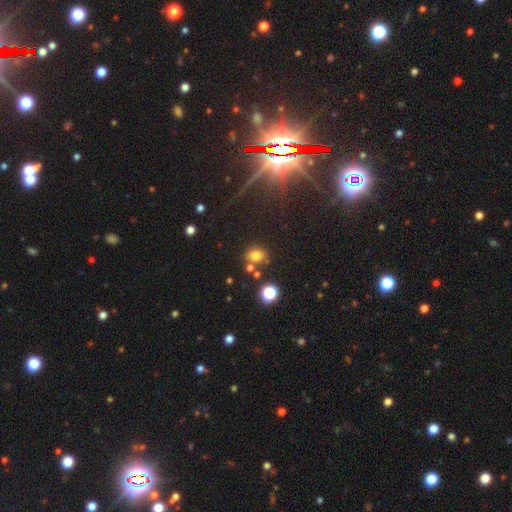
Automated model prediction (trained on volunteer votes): Smooth or featured? smooth (73%)
How rounded? in between (55%)
Merging? none (66%)